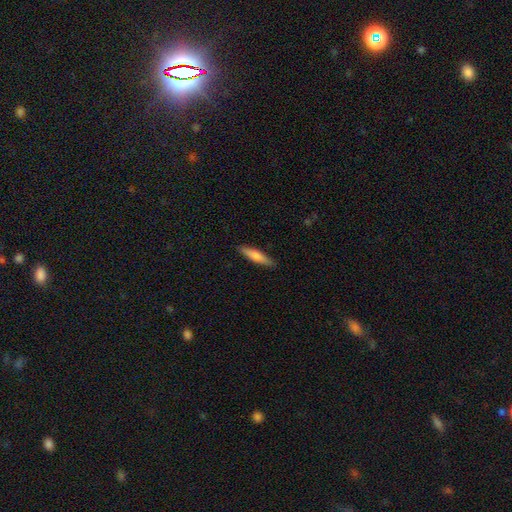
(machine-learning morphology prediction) smooth-or-featured: smooth: 70% | featured or disk: 25% | star or artifact: 5%
  how-rounded: cigar-shaped: 78% | in between: 20% | round: 2%
  merging: none: 89% | minor disturbance: 8% | major disturbance: 2% | merger: 1%